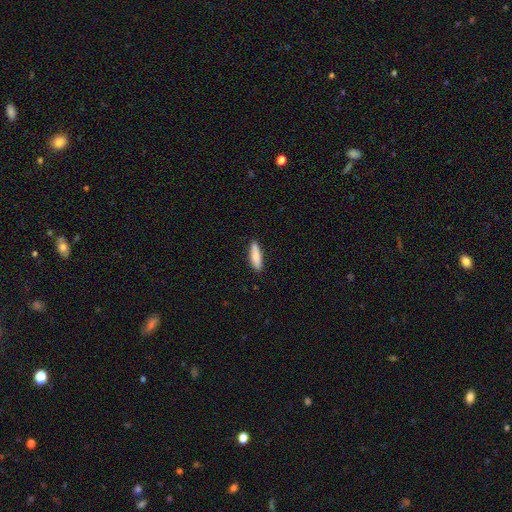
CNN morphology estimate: The model was most divided on "how rounded": cigar-shaped: 62%, in between: 36%, round: 2%. More confident: merging — none (86%); smooth or featured — smooth (85%).